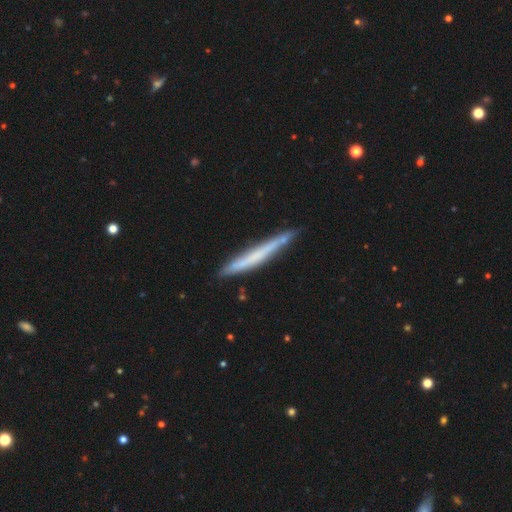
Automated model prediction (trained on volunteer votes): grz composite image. It shows a smooth galaxy with no disk features (49%). Merging: none (78%).